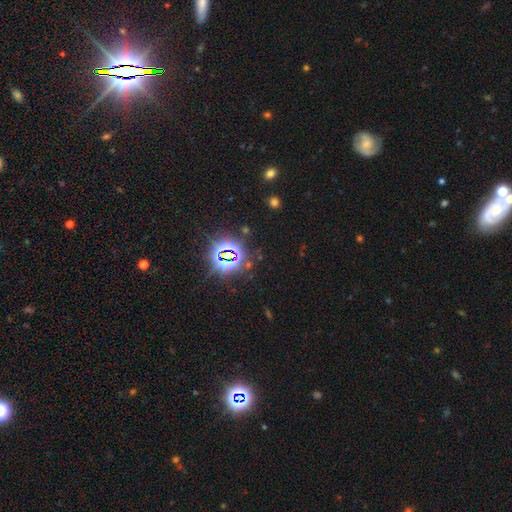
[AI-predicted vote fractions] Smooth or featured?
  - star or artifact: 80% *
  - smooth: 12%
  - featured or disk: 8%